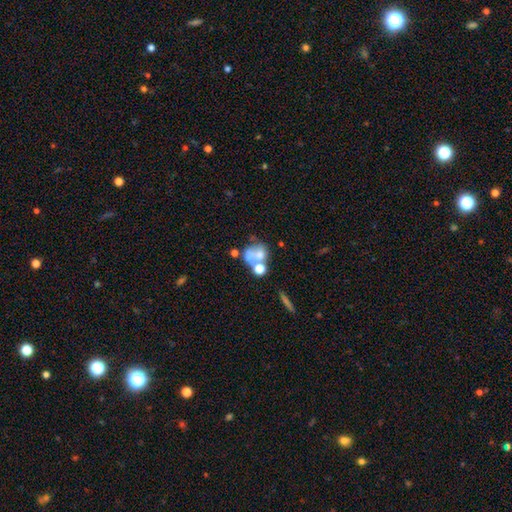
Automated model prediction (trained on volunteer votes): This appears to be a smooth galaxy with no disk features (46%). Merging: merger (46%).